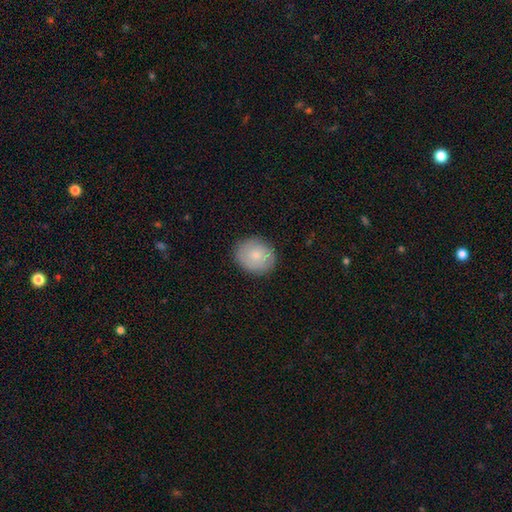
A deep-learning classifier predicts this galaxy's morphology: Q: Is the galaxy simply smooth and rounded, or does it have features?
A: smooth — 77%.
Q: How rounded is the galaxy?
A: round — 75%.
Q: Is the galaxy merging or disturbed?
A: none — 85%.